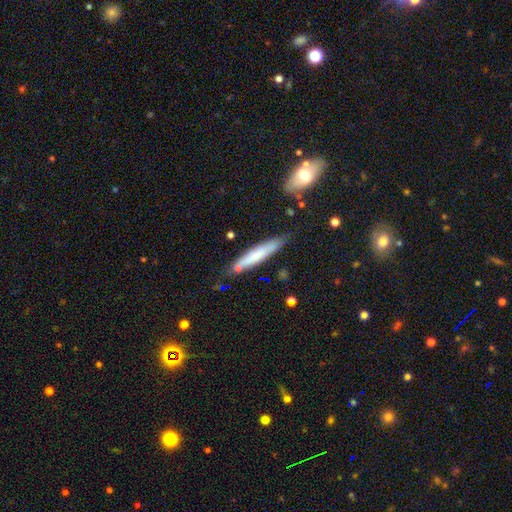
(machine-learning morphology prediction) The model was most divided on "smooth or featured": smooth: 62%, featured or disk: 32%, star or artifact: 6%. More confident: how rounded — cigar-shaped (92%); merging — none (74%).